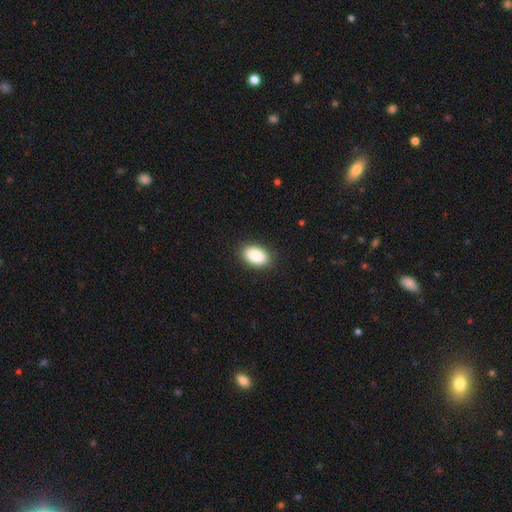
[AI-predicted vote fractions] Smooth or featured?
  - smooth: 90% *
  - star or artifact: 7%
  - featured or disk: 4%
How rounded?
  - in between: 92% *
  - round: 7%
  - cigar-shaped: 1%
Merging?
  - none: 89% *
  - minor disturbance: 8%
  - major disturbance: 2%
  - merger: 1%